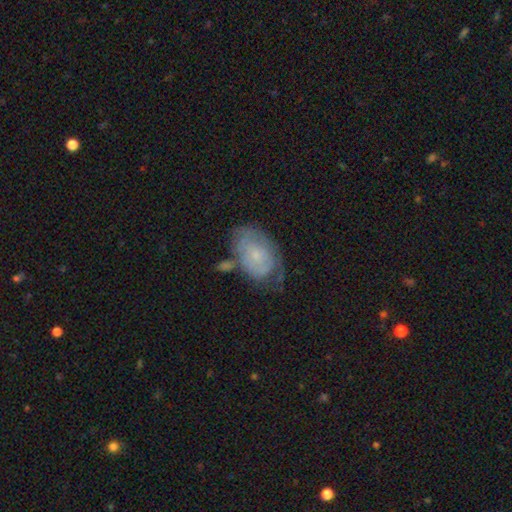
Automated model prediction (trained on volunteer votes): smooth_or_featured: featured or disk (p=0.54) [alt: smooth p=0.37]
disk_edge_on: no (p=0.95) [alt: yes p=0.05]
bar: no (p=0.79) [alt: weak p=0.18]
has_spiral_arms: yes (p=0.68) [alt: no p=0.32]
bulge_size: small (p=0.68) [alt: moderate p=0.22]
merging: none (p=0.50) [alt: minor disturbance p=0.28]